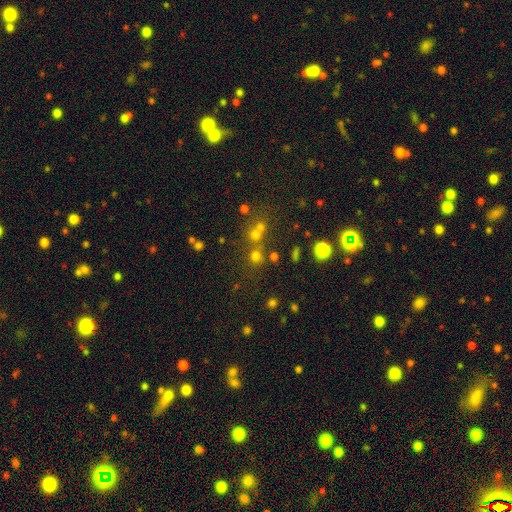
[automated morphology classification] Smooth or featured?
  - smooth: 53% *
  - star or artifact: 35%
  - featured or disk: 11%
How rounded?
  - round: 88% *
  - in between: 11%
  - cigar-shaped: 1%
Merging?
  - none: 60% *
  - merger: 28%
  - minor disturbance: 8%
  - major disturbance: 4%